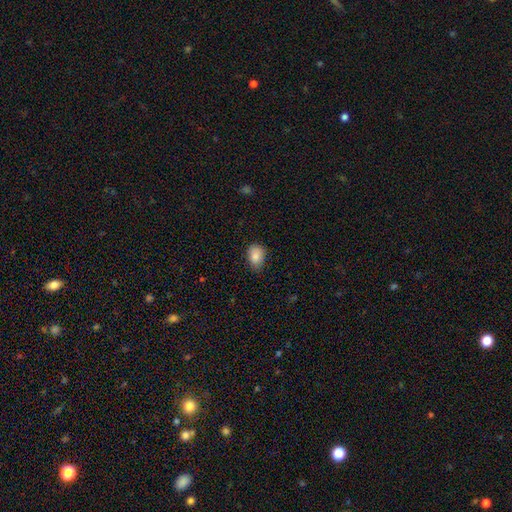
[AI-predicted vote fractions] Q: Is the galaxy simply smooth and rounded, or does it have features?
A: smooth — 84%.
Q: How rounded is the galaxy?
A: in between — 73%.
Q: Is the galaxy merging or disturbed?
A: none — 72%.